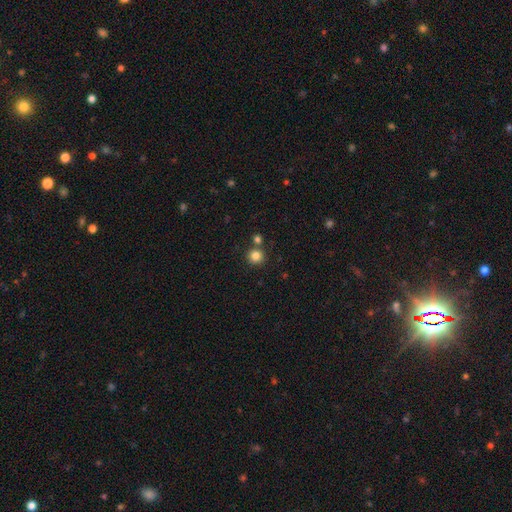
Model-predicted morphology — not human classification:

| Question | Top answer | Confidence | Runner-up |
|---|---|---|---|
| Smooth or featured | smooth | 83% | star or artifact (12%) |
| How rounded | round | 93% | in between (6%) |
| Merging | none | 77% | merger (13%) |